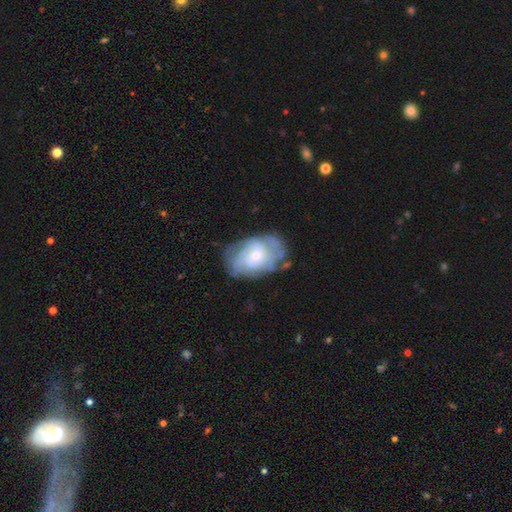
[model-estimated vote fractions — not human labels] Smooth or featured? Predicted: featured or disk (p=0.71). Edge-on disk? Predicted: no (p=0.96). Bar? Predicted: no (p=0.76). Spiral arms? Predicted: yes (p=0.80). Spiral winding? Predicted: tight (p=0.58). Spiral arm count? Predicted: can't tell (p=0.56). Bulge size? Predicted: small (p=0.49). Merging? Predicted: none (p=0.64).